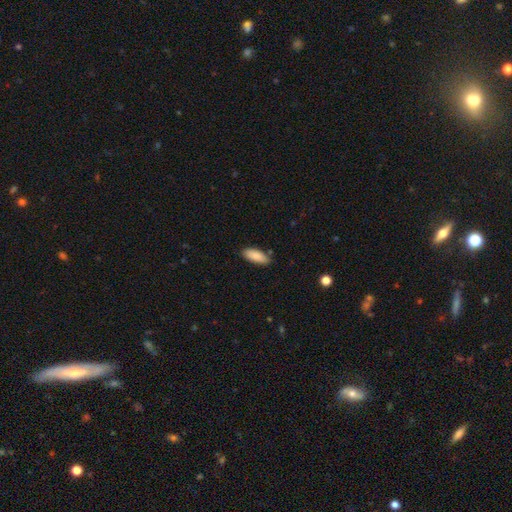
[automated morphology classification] A smooth galaxy with no disk features (88%) that is in between round and cigar-shaped (78%).

Vote fractions:
- Smooth or featured? smooth: 88% / star or artifact: 6% / featured or disk: 6%
- How rounded? in between: 78% / cigar-shaped: 21% / round: 2%
- Merging? none: 82% / minor disturbance: 14% / major disturbance: 2% / merger: 2%